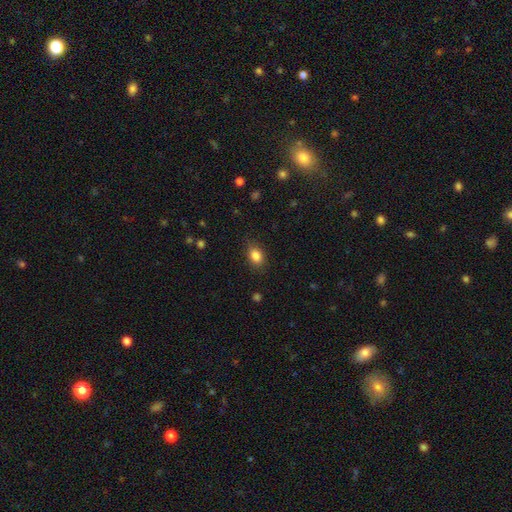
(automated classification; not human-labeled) A smooth galaxy with no disk features (85%) that is in between round and cigar-shaped (73%).

Vote fractions:
- Smooth or featured? smooth: 85% / star or artifact: 9% / featured or disk: 6%
- How rounded? in between: 73% / round: 26% / cigar-shaped: 2%
- Merging? none: 83% / minor disturbance: 13% / major disturbance: 3% / merger: 1%